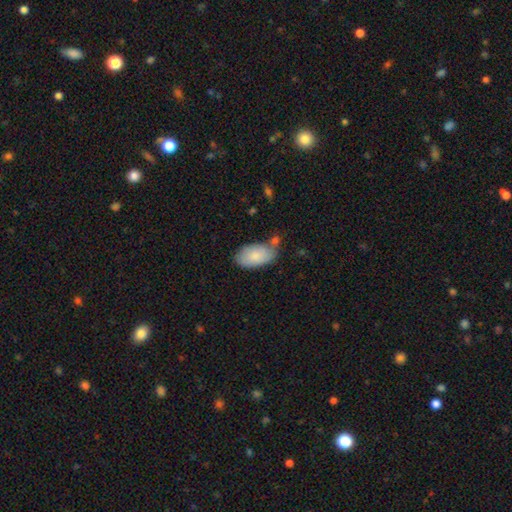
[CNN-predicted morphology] A smooth galaxy with no disk features (81%) that is in between round and cigar-shaped (95%).

Vote fractions:
- Smooth or featured? smooth: 81% / featured or disk: 13% / star or artifact: 6%
- How rounded? in between: 95% / round: 4% / cigar-shaped: 2%
- Merging? none: 56% / minor disturbance: 24% / merger: 13% / major disturbance: 6%